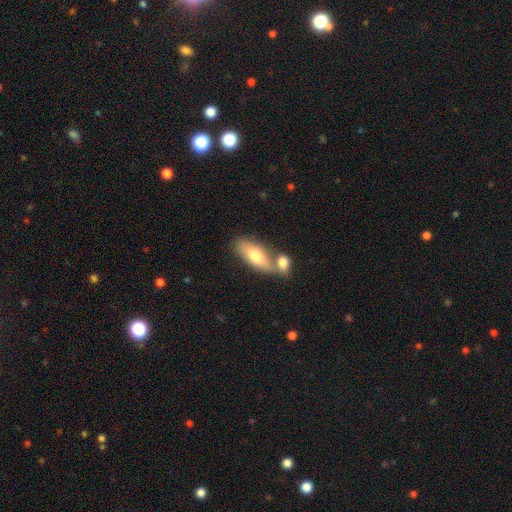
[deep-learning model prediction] Smooth or featured: smooth — 71% (featured or disk — 23%)
How rounded: in between — 75% (cigar-shaped — 22%)
Merging: none — 43% (merger — 41%)